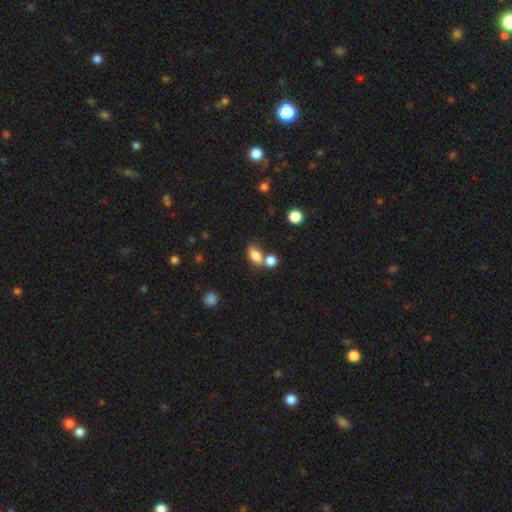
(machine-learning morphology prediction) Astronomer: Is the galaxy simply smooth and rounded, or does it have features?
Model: smooth — 82%.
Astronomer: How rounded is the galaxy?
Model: in between — 83%.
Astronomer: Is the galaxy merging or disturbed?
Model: none — 44% (runner-up: merger, 41%).